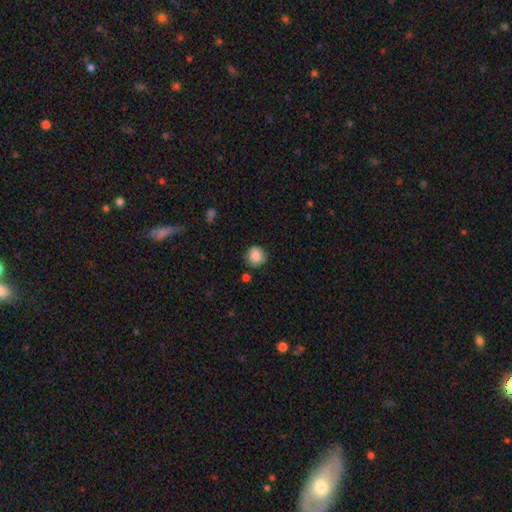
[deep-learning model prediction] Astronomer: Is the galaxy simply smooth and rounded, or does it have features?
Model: smooth — 88%.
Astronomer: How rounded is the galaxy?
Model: round — 89%.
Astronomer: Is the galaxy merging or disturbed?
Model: none — 85%.